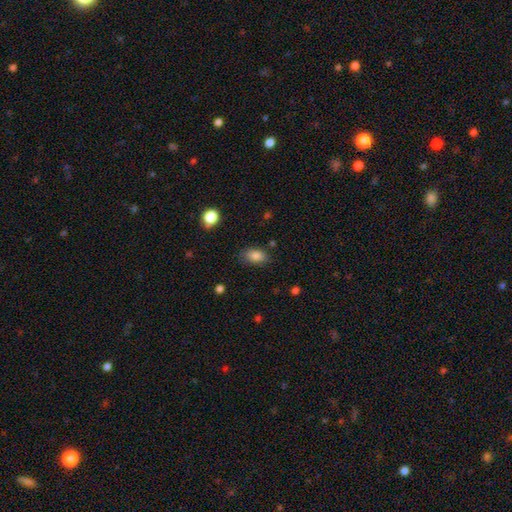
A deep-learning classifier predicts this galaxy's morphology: A smooth galaxy with no disk features (84%) that is in between round and cigar-shaped (89%).

Vote fractions:
- Smooth or featured? smooth: 84% / star or artifact: 9% / featured or disk: 7%
- How rounded? in between: 89% / round: 9% / cigar-shaped: 2%
- Merging? none: 76% / minor disturbance: 18% / major disturbance: 4% / merger: 2%